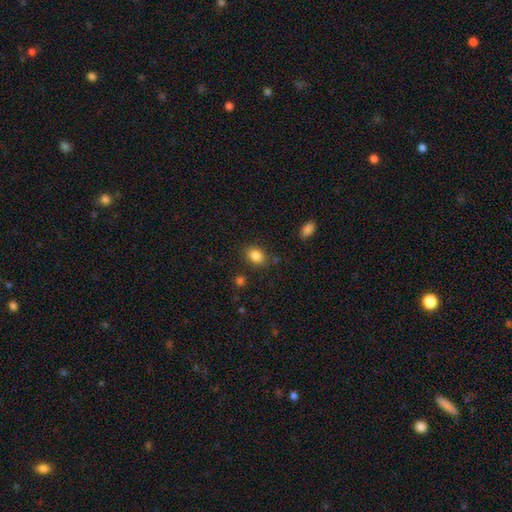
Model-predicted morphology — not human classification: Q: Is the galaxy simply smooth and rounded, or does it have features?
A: smooth — 85%.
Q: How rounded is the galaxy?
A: in between — 67%.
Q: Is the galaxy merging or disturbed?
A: none — 80%.